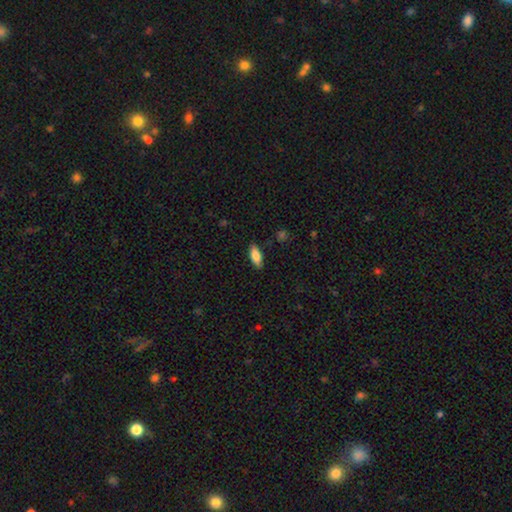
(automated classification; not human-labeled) This is clearly a smooth galaxy (82%). How rounded: likely in between (80%). Merging: clearly none (85%).